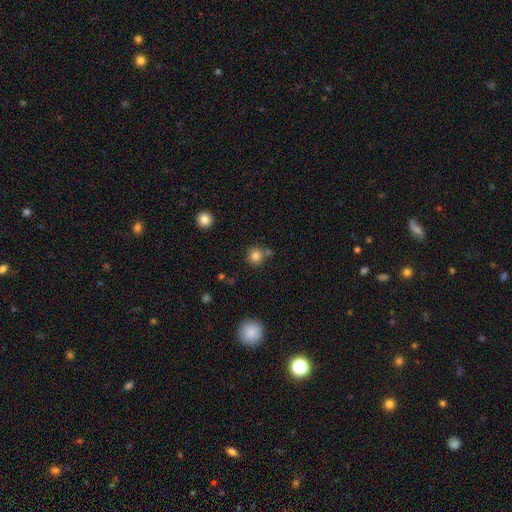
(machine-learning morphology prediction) Q: Smooth or featured?
A: smooth (82%); runner-up: star or artifact (12%)
Q: How rounded?
A: round (92%); runner-up: in between (7%)
Q: Merging?
A: none (69%); runner-up: merger (15%)